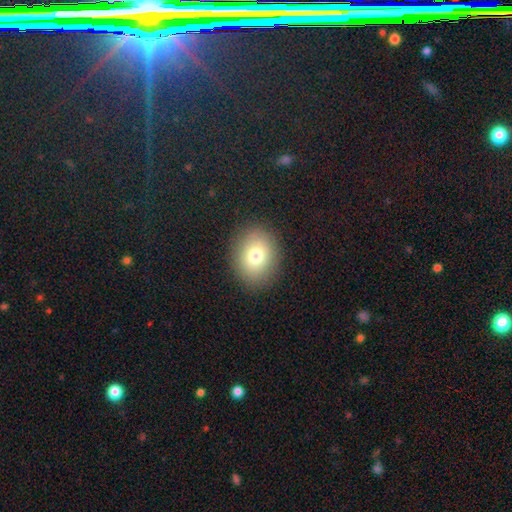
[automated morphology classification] type=smooth (76%); roundness=round (55%); merging=none (88%).